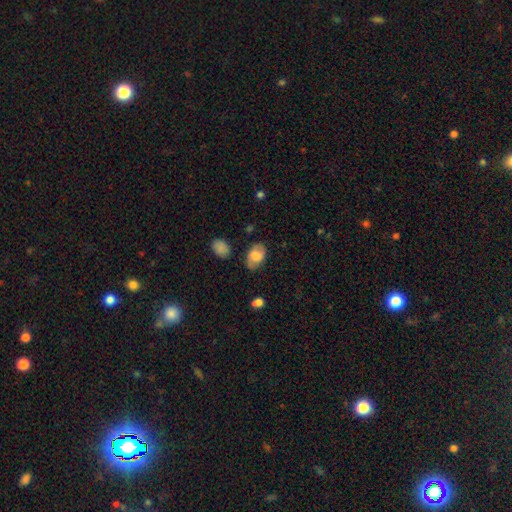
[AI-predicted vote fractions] Morphology: type=smooth (65%); roundness=in between (87%); merging=none (73%).